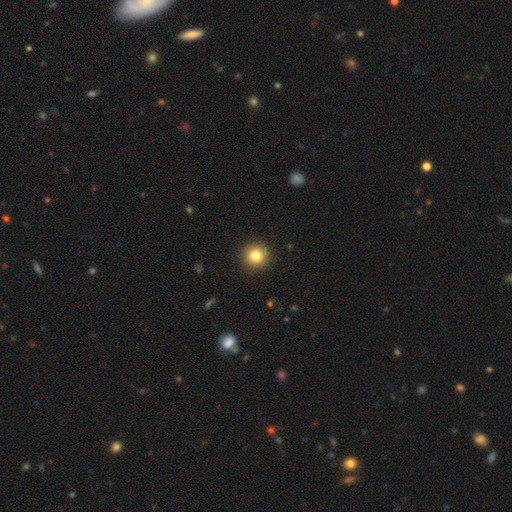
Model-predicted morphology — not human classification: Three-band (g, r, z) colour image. It shows a smooth galaxy with no disk features (82%) that is round (95%). Merging: none (92%).